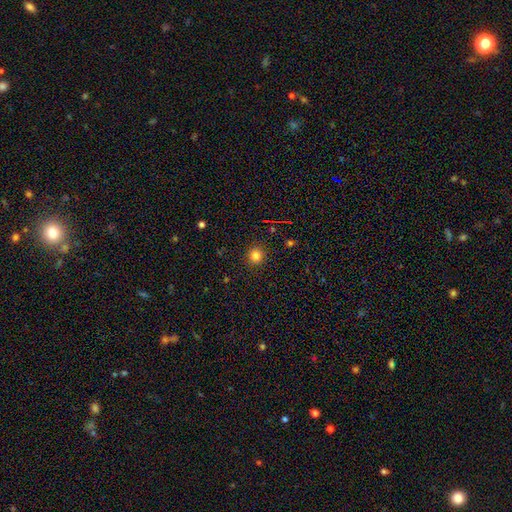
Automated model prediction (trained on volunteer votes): smooth 81%, star or artifact 13%, featured or disk 6%. Down the decision tree: how rounded — round (89%); merging — none (91%).